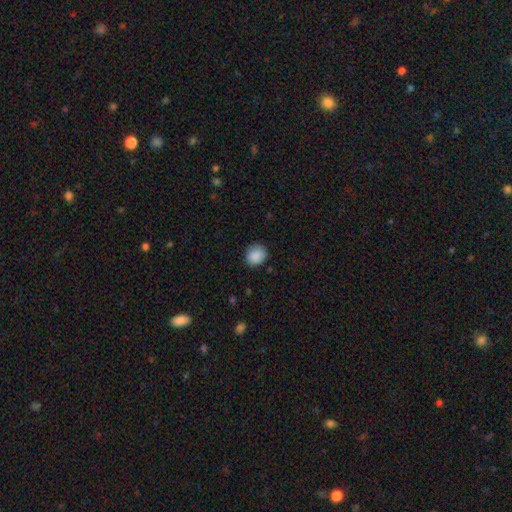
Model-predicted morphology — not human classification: Smooth or featured: smooth — 89% (star or artifact — 8%)
How rounded: round — 77% (in between — 23%)
Merging: none — 84% (minor disturbance — 12%)